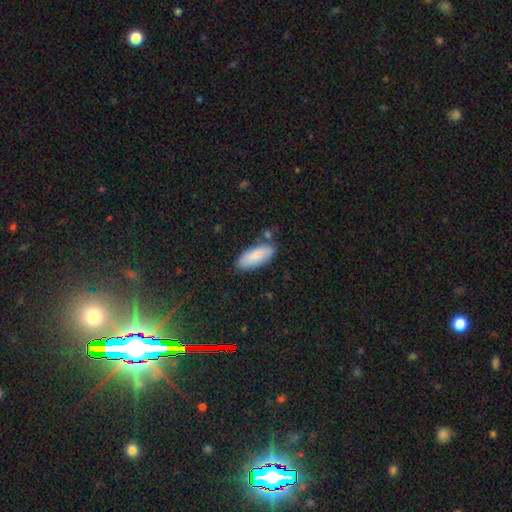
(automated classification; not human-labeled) A smooth galaxy with no disk features (84%) that is in between round and cigar-shaped (79%). Merging: none (77%).